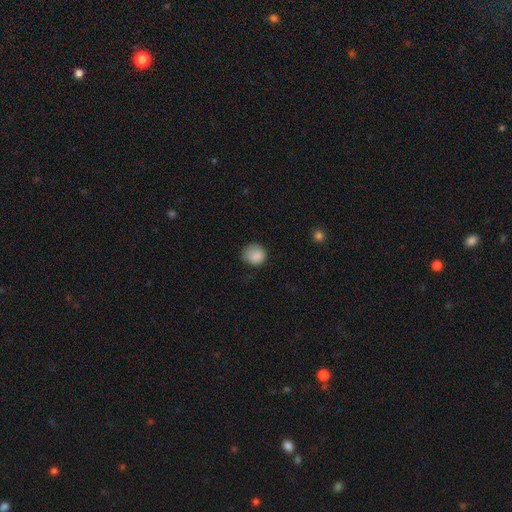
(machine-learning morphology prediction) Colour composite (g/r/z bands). It shows a smooth galaxy with no disk features (87%) that is round (80%). Merging: none (64%).